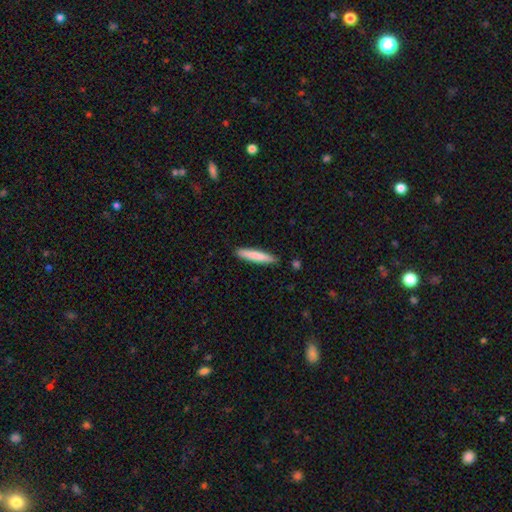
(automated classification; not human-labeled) smooth_or_featured: smooth (p=0.79) [alt: featured or disk p=0.16]
how_rounded: cigar-shaped (p=0.92) [alt: in between p=0.07]
merging: none (p=0.88) [alt: minor disturbance p=0.08]